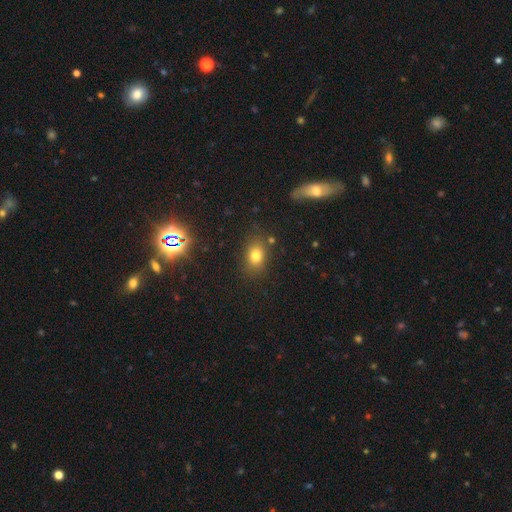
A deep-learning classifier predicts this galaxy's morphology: Smooth or featured: smooth — 78% (star or artifact — 14%)
How rounded: in between — 67% (round — 31%)
Merging: none — 80% (minor disturbance — 13%)